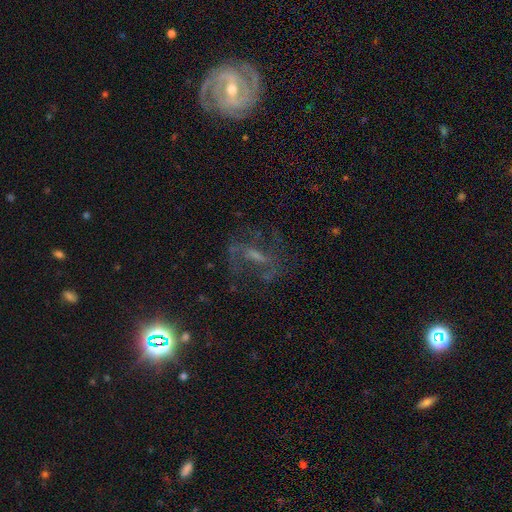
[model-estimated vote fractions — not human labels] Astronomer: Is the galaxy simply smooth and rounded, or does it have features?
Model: featured or disk — 58%.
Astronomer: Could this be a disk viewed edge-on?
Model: no — 90%.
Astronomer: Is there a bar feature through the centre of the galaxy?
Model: weak — 41% (runner-up: strong, 35%).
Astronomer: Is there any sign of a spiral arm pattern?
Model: yes — 72%.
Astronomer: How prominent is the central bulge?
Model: none — 35% (runner-up: small, 31%).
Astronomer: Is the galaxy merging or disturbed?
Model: none — 61%.